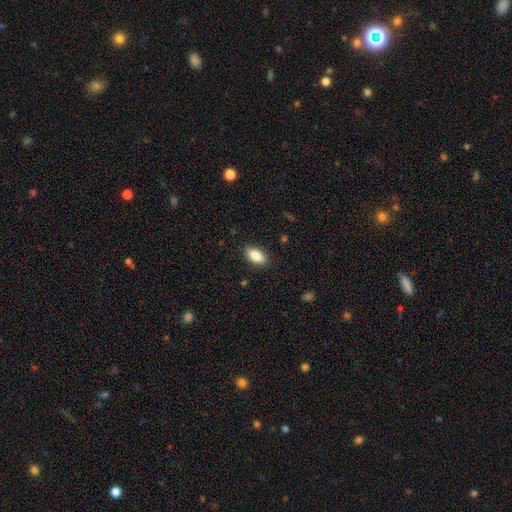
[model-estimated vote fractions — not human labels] Q: Smooth or featured?
A: smooth (85%); runner-up: featured or disk (8%)
Q: How rounded?
A: in between (91%); runner-up: cigar-shaped (5%)
Q: Merging?
A: none (88%); runner-up: minor disturbance (9%)